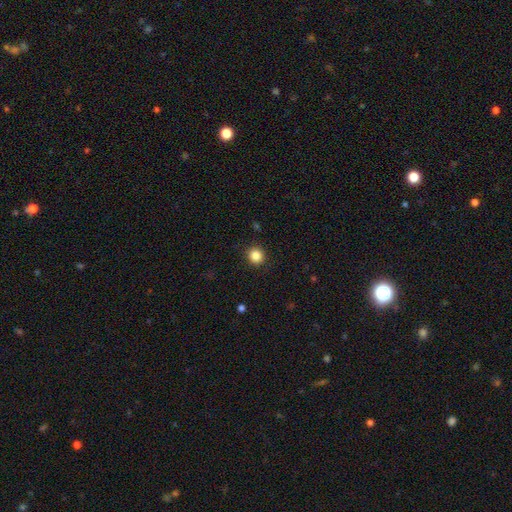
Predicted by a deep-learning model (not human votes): Smooth or featured?
  - smooth: 85% *
  - star or artifact: 11%
  - featured or disk: 4%
How rounded?
  - round: 92% *
  - in between: 7%
  - cigar-shaped: 1%
Merging?
  - none: 92% *
  - minor disturbance: 5%
  - major disturbance: 2%
  - merger: 1%